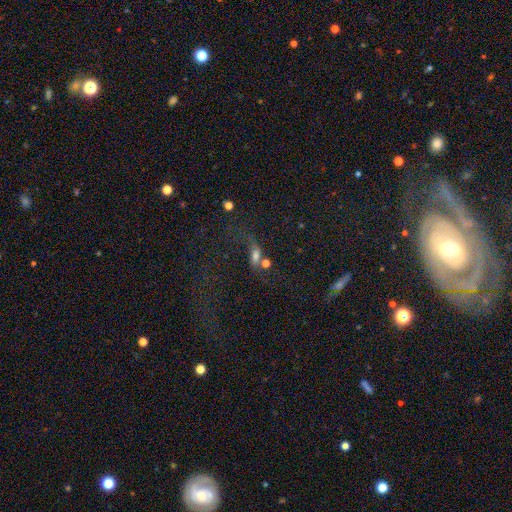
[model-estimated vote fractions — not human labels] Morphology: type=smooth (62%); roundness=in between (69%); merging=none (30%, tied with merger).